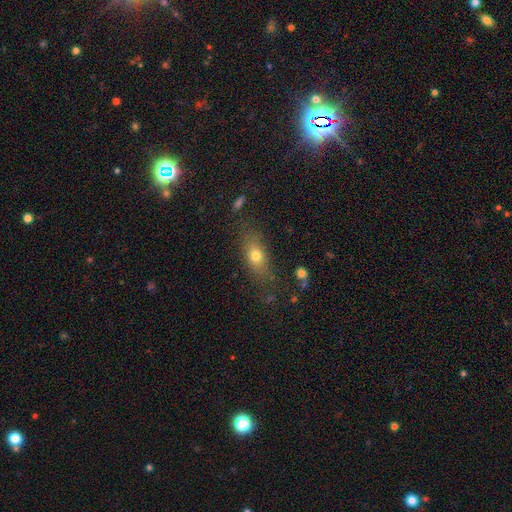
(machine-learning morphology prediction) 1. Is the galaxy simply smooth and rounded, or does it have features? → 72% smooth, 17% featured or disk, 11% star or artifact.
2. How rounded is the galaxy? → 72% in between, 15% round, 13% cigar-shaped.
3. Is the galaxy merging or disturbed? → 73% none, 17% minor disturbance, 7% major disturbance, 3% merger.